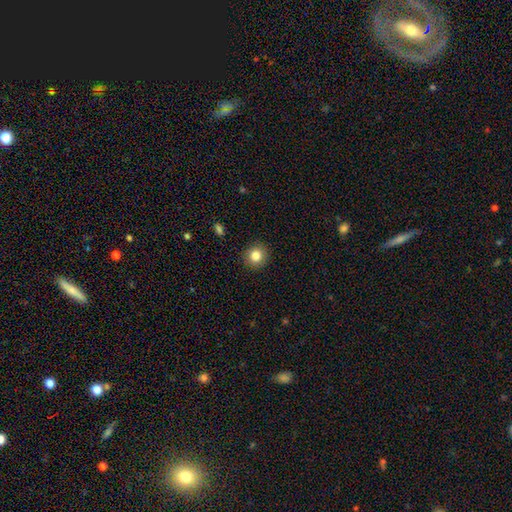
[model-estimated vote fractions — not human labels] Smooth or featured: smooth — 84% (star or artifact — 10%)
How rounded: round — 89% (in between — 10%)
Merging: none — 91% (minor disturbance — 6%)